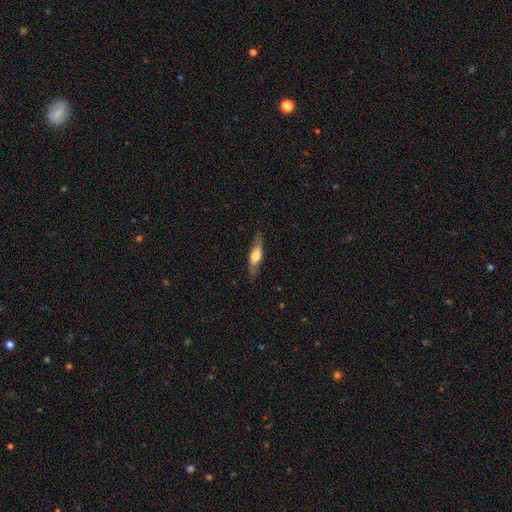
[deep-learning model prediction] Smooth or featured? smooth (50%)
How rounded? cigar-shaped (56%)
Merging? none (76%)